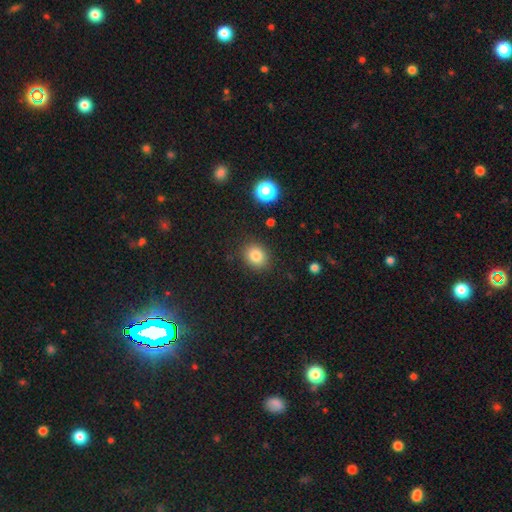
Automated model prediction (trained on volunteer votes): Smooth or featured?
  - smooth: 82% *
  - star or artifact: 12%
  - featured or disk: 6%
How rounded?
  - round: 64% *
  - in between: 36%
  - cigar-shaped: 1%
Merging?
  - none: 87% *
  - minor disturbance: 9%
  - major disturbance: 3%
  - merger: 2%